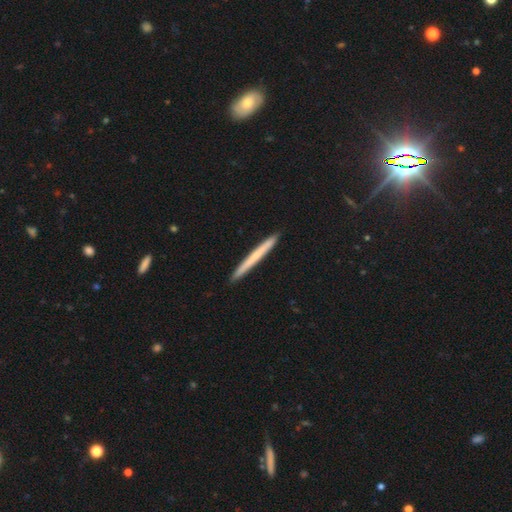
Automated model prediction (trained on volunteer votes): A smooth galaxy with no disk features (56%) that is cigar-shaped (97%).

Vote fractions:
- Smooth or featured? smooth: 56% / featured or disk: 39% / star or artifact: 6%
- How rounded? cigar-shaped: 97% / in between: 1% / round: 1%
- Merging? none: 93% / minor disturbance: 5% / major disturbance: 1% / merger: 1%